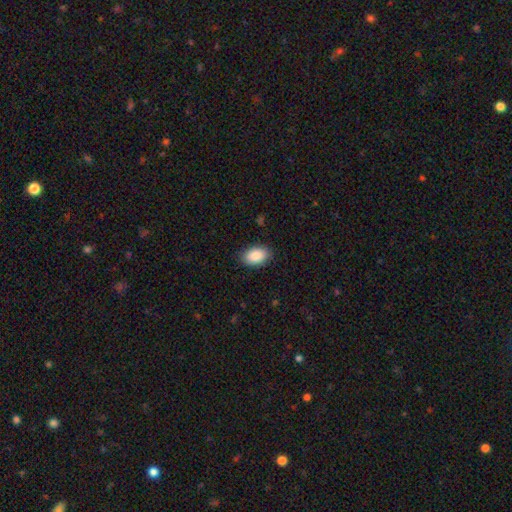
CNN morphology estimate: The model was most divided on "merging": none: 87%, minor disturbance: 10%, major disturbance: 2%, merger: 1%. More confident: how rounded — in between (91%); smooth or featured — smooth (88%).